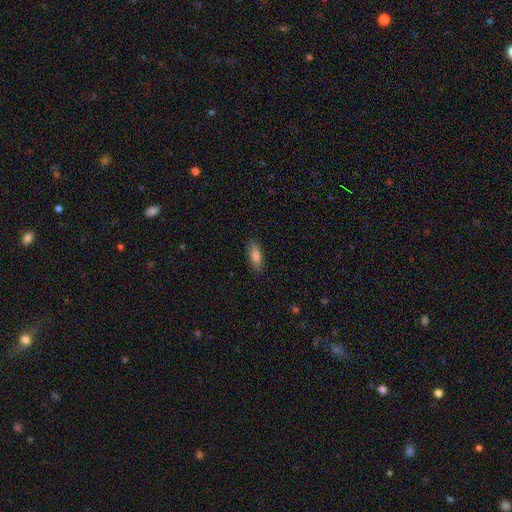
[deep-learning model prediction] A smooth galaxy with no disk features (79%) that is in between round and cigar-shaped (63%). Merging: none (85%).